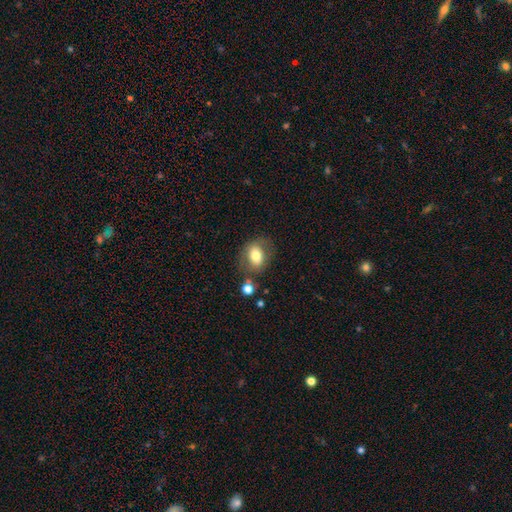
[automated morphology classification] type=smooth (73%); roundness=in between (64%); merging=none (68%).